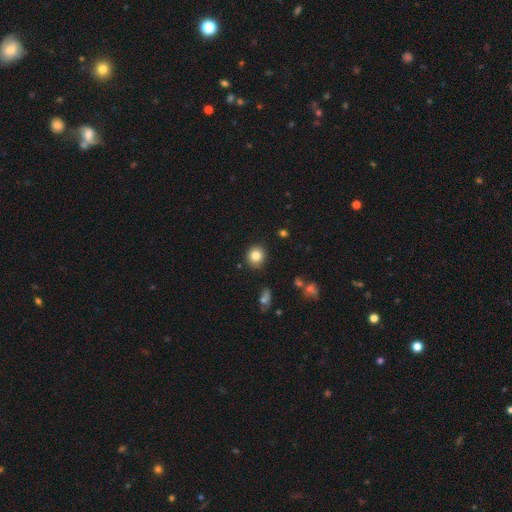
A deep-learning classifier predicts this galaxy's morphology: The model was most divided on "smooth or featured": smooth: 83%, star or artifact: 10%, featured or disk: 6%. More confident: merging — none (87%); how rounded — round (87%).